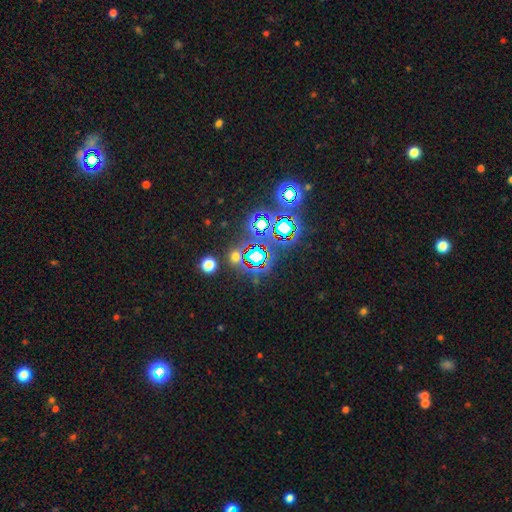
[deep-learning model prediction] Morphology: type=star or artifact (71%).